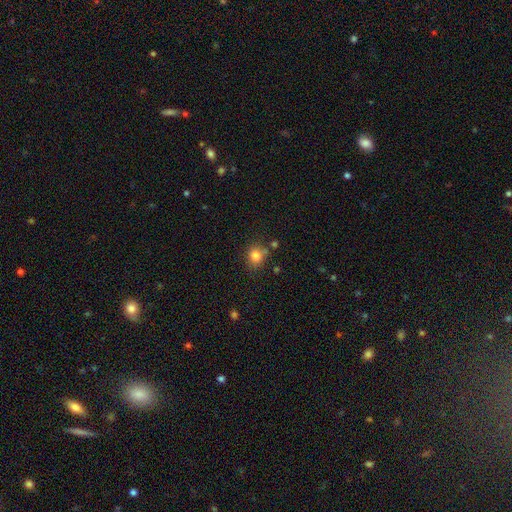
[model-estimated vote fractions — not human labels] A smooth galaxy with no disk features (81%) that is round (78%).

Vote fractions:
- Smooth or featured? smooth: 81% / star or artifact: 12% / featured or disk: 7%
- How rounded? round: 78% / in between: 21% / cigar-shaped: 1%
- Merging? none: 71% / minor disturbance: 15% / merger: 10% / major disturbance: 4%